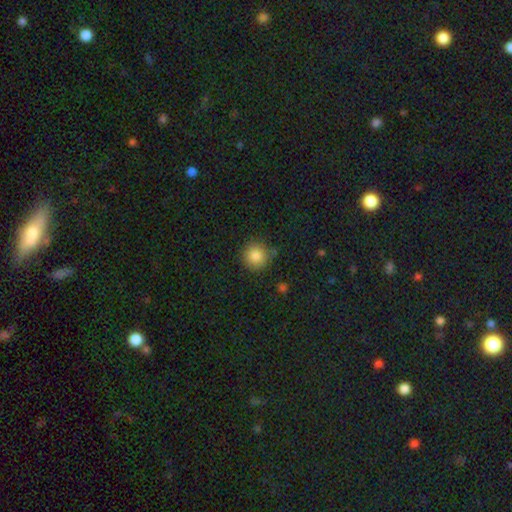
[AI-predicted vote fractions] Morphology: type=smooth (85%); roundness=round (94%); merging=none (84%).